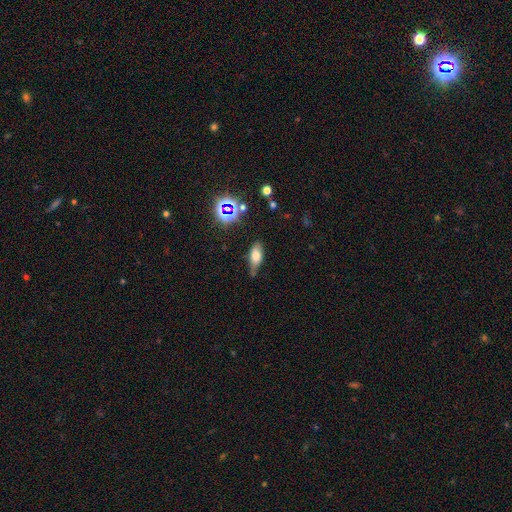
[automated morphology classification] The model was most divided on "merging": none: 66%, minor disturbance: 25%, major disturbance: 6%, merger: 4%. More confident: how rounded — in between (77%); smooth or featured — smooth (64%).